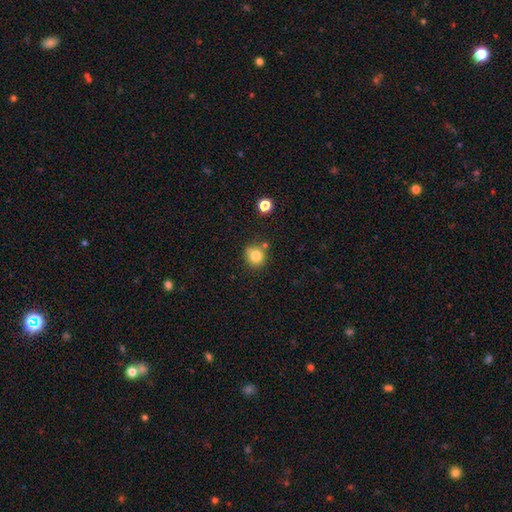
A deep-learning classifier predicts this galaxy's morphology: Smooth or featured?
  - smooth: 82% *
  - star or artifact: 11%
  - featured or disk: 7%
How rounded?
  - round: 88% *
  - in between: 11%
  - cigar-shaped: 1%
Merging?
  - none: 75% *
  - minor disturbance: 13%
  - merger: 9%
  - major disturbance: 3%